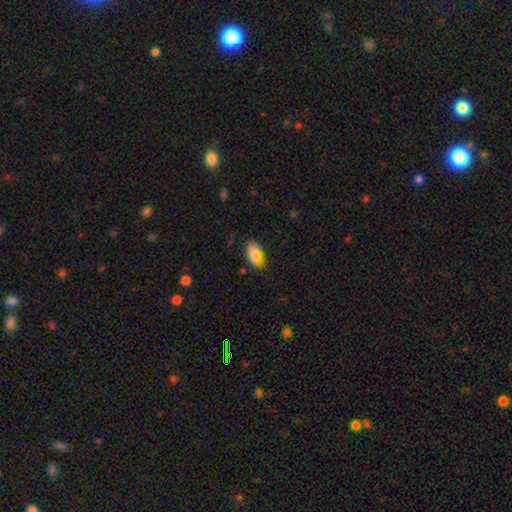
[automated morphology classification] Overall: smooth (74%). How rounded: in between (91%). Merging: none (78%).